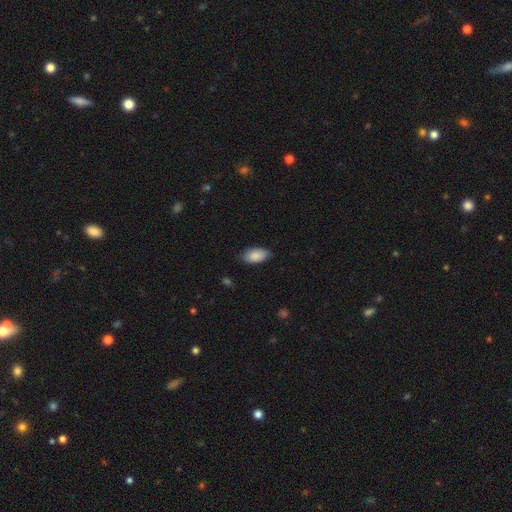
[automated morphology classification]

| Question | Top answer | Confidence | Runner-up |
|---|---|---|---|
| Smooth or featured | smooth | 87% | star or artifact (6%) |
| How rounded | in between | 94% | cigar-shaped (3%) |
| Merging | none | 81% | minor disturbance (16%) |